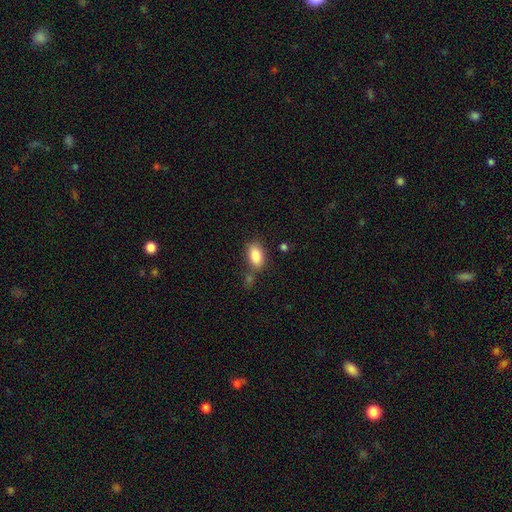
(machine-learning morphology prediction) Smooth or featured: smooth — 86% (star or artifact — 8%)
How rounded: in between — 91% (round — 7%)
Merging: none — 70% (minor disturbance — 15%)